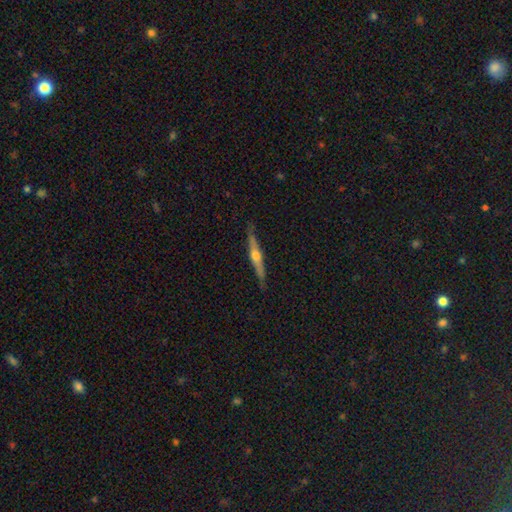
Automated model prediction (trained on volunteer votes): This is likely a featured or disk galaxy (68%). It is clearly viewed edge-on (97%). Edge-on bulge: clearly rounded (89%). Merging: clearly none (85%).